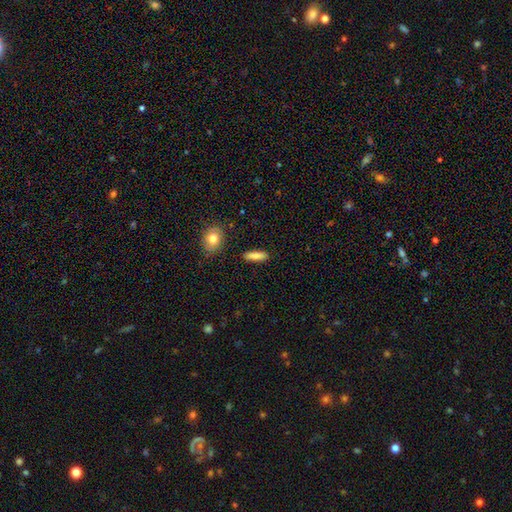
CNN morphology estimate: A smooth galaxy with no disk features (82%) that is cigar-shaped (61%).

Vote fractions:
- Smooth or featured? smooth: 82% / featured or disk: 11% / star or artifact: 7%
- How rounded? cigar-shaped: 61% / in between: 37% / round: 3%
- Merging? none: 88% / minor disturbance: 8% / merger: 2% / major disturbance: 2%